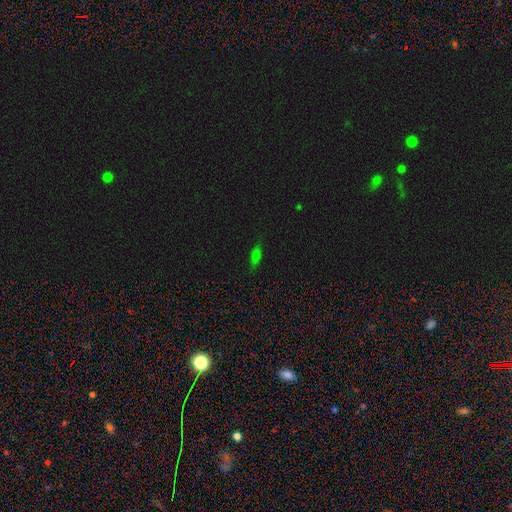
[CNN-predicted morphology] A smooth galaxy with no disk features (68%) that is in between round and cigar-shaped (67%).

Vote fractions:
- Smooth or featured? smooth: 68% / star or artifact: 20% / featured or disk: 11%
- How rounded? in between: 67% / cigar-shaped: 28% / round: 5%
- Merging? none: 82% / minor disturbance: 13% / major disturbance: 3% / merger: 1%